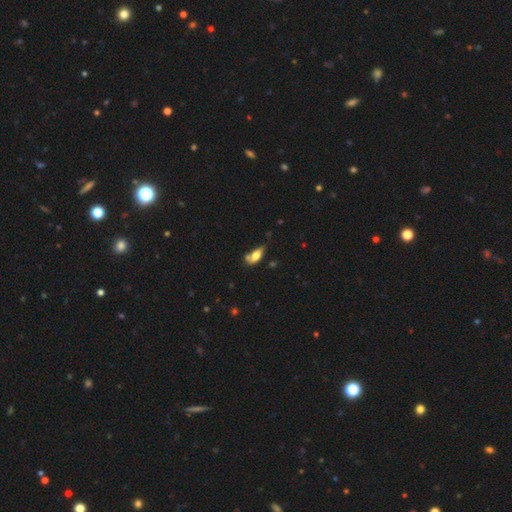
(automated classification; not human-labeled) Smooth or featured? smooth (70%)
How rounded? in between (82%)
Merging? none (37%)